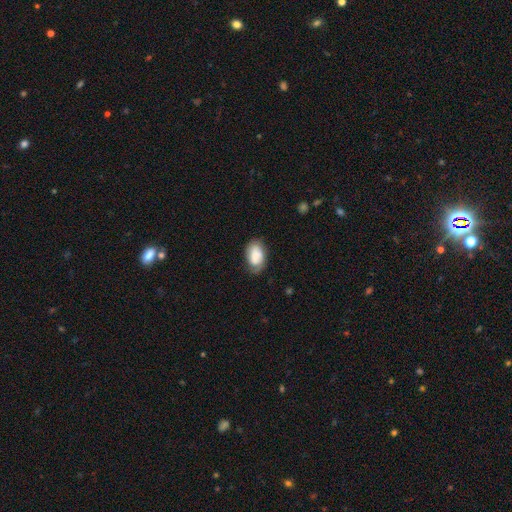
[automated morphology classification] Smooth or featured? smooth (73%)
How rounded? in between (91%)
Merging? none (69%)